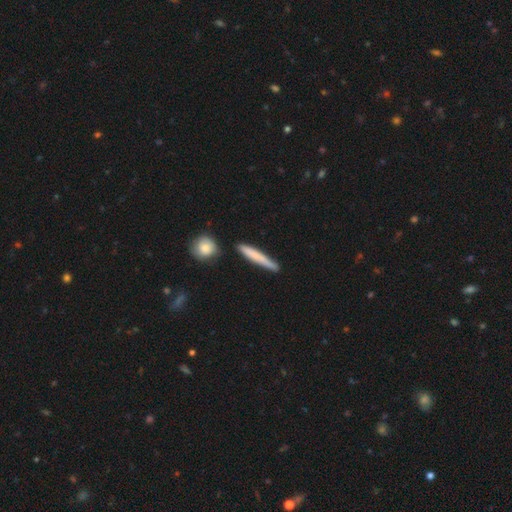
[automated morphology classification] Smooth or featured? Predicted: smooth (p=0.71). How rounded? Predicted: cigar-shaped (p=0.94). Merging? Predicted: none (p=0.79).